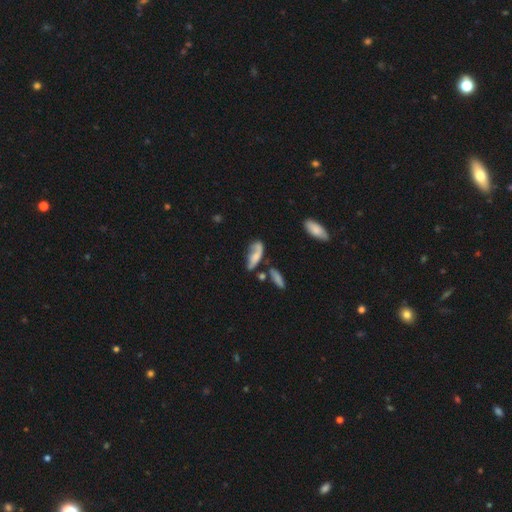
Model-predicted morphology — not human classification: smooth 50%, featured or disk 41%, star or artifact 9%. Down the decision tree: how rounded — in between (75%); merging — none (37%).